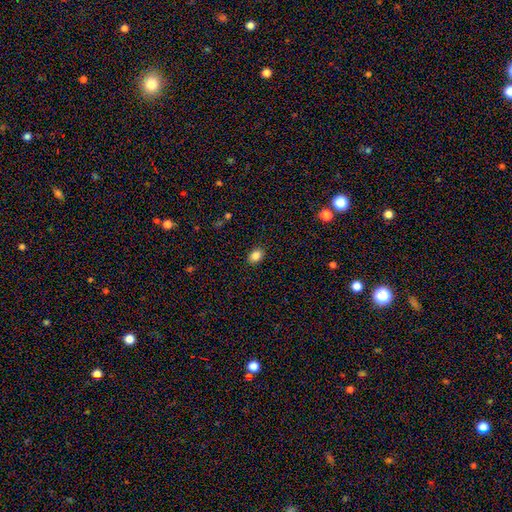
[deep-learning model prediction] The model was most divided on "how rounded": in between: 72%, round: 27%, cigar-shaped: 1%. More confident: merging — none (89%); smooth or featured — smooth (87%).